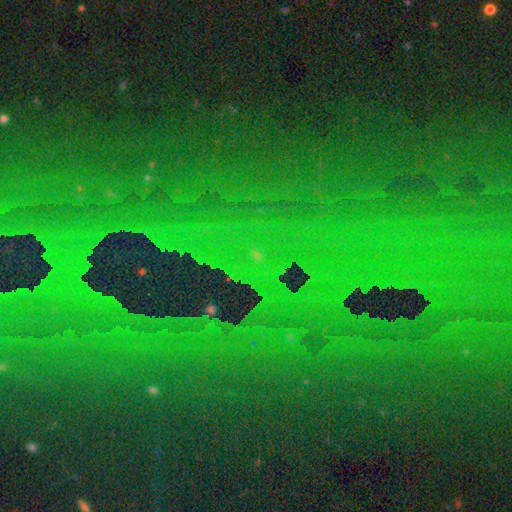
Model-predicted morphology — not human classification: The model was most divided on "smooth or featured": star or artifact: 82%, featured or disk: 9%, smooth: 9%.